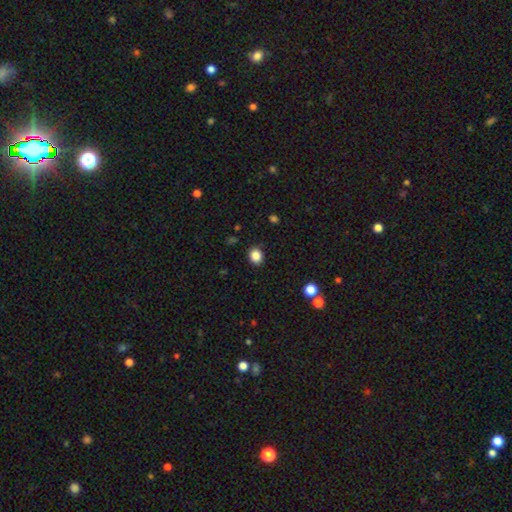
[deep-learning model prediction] This appears to be a smooth galaxy with no disk features (86%) that is round (64%). Merging: none (89%).